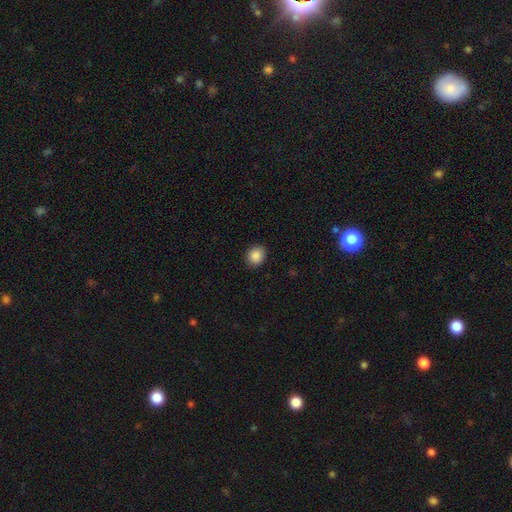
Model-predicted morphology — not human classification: A smooth galaxy with no disk features (88%) that is round (69%). Merging: none (90%).